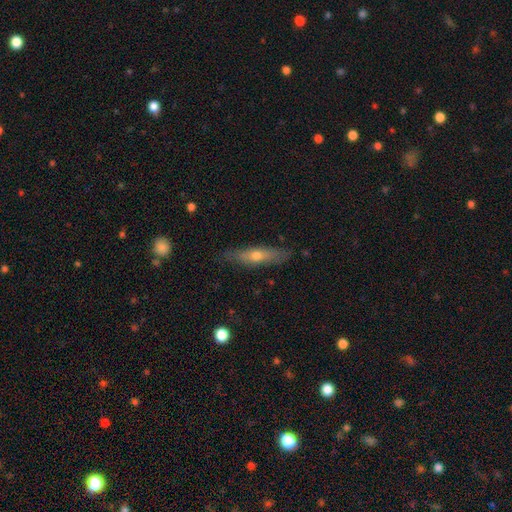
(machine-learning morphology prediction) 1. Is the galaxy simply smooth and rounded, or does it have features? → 49% smooth, 45% featured or disk, 6% star or artifact.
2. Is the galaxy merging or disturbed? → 82% none, 14% minor disturbance, 3% major disturbance, 1% merger.